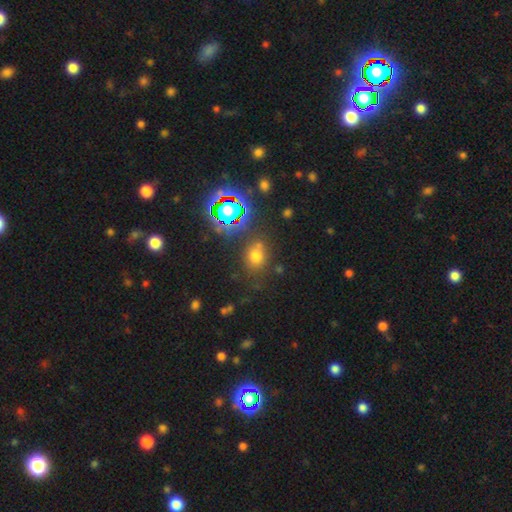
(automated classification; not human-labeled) A smooth galaxy with no disk features (62%) that is round (57%).

Vote fractions:
- Smooth or featured? smooth: 62% / star or artifact: 27% / featured or disk: 10%
- How rounded? round: 57% / in between: 41% / cigar-shaped: 2%
- Merging? none: 70% / minor disturbance: 14% / merger: 9% / major disturbance: 7%